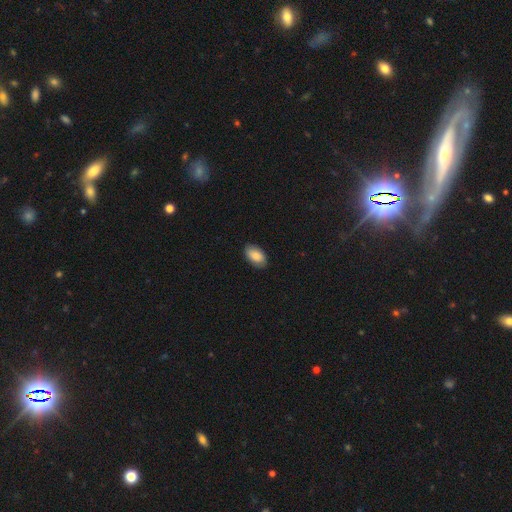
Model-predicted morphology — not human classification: The model was most divided on "merging": none: 86%, minor disturbance: 11%, major disturbance: 2%, merger: 1%. More confident: how rounded — in between (95%); smooth or featured — smooth (86%).